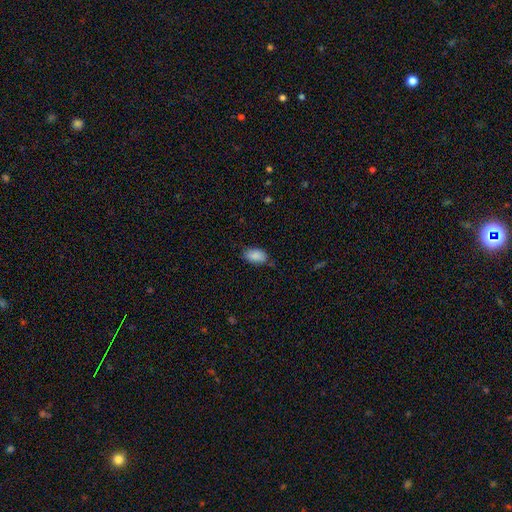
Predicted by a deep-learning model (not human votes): Smooth or featured: smooth — 89% (star or artifact — 7%)
How rounded: in between — 93% (round — 5%)
Merging: none — 78% (minor disturbance — 17%)